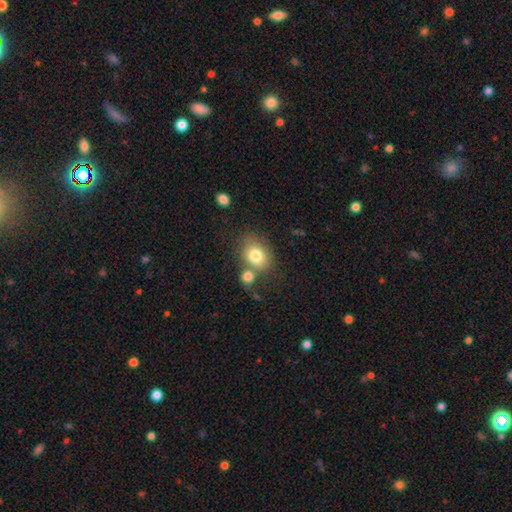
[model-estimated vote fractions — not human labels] smooth 78%, featured or disk 13%, star or artifact 9%. Down the decision tree: how rounded — in between (59%); merging — none (52%).